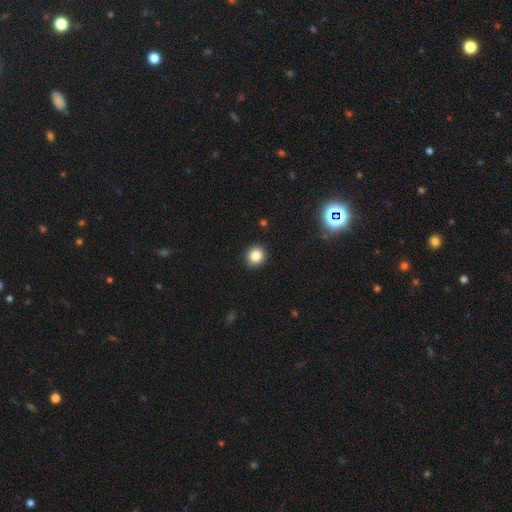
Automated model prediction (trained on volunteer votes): This appears to be a smooth galaxy with no disk features (83%) that is round (86%). Merging: none (91%).